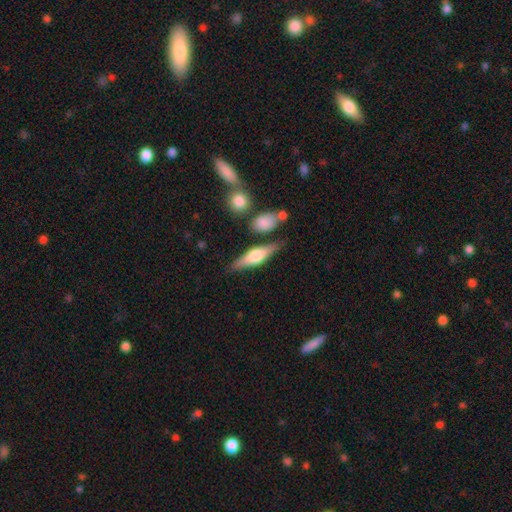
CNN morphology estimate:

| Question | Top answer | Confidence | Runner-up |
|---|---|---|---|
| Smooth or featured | featured or disk | 55% | smooth (39%) |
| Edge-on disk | yes | 93% | no (7%) |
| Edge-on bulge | rounded | 87% | boxy (10%) |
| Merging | none | 78% | minor disturbance (13%) |